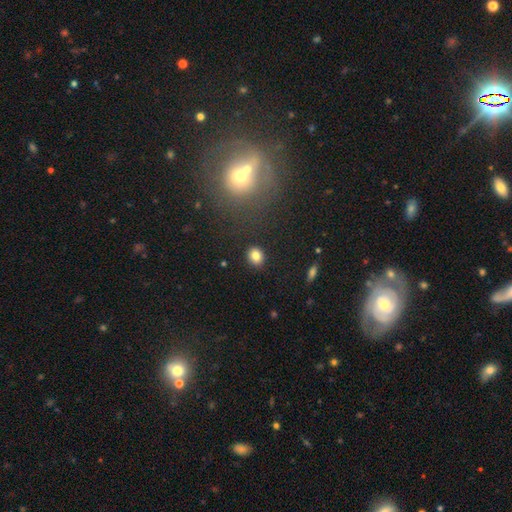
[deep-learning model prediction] Smooth or featured? Predicted: smooth (p=0.83). How rounded? Predicted: round (p=0.73). Merging? Predicted: none (p=0.89).